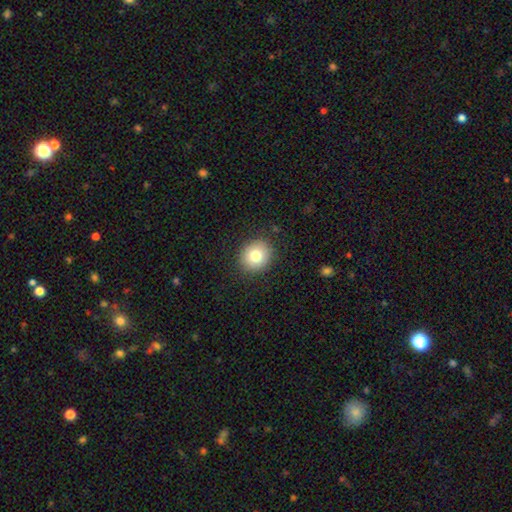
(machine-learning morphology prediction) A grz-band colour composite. It shows a smooth galaxy with no disk features (79%) that is round (83%). Merging: none (89%).